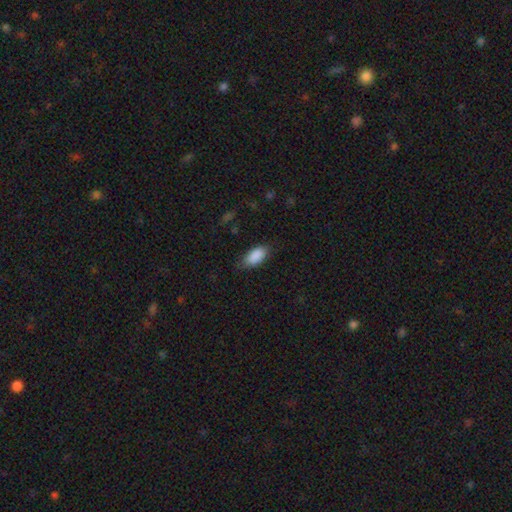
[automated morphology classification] Smooth or featured?
  - smooth: 89% *
  - star or artifact: 7%
  - featured or disk: 5%
How rounded?
  - in between: 91% *
  - cigar-shaped: 6%
  - round: 3%
Merging?
  - none: 74% *
  - minor disturbance: 20%
  - major disturbance: 5%
  - merger: 1%